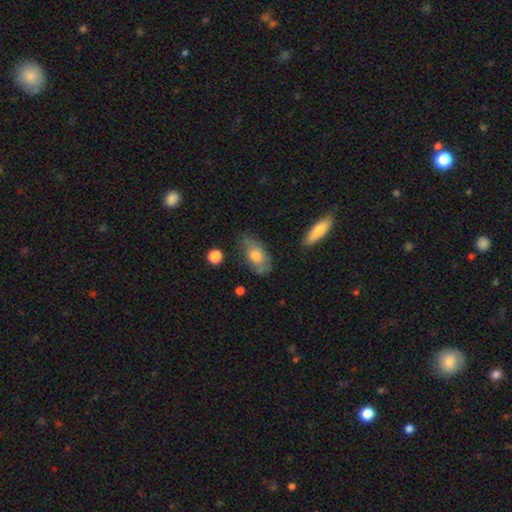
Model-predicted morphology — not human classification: The model was most divided on "merging": none: 53%, minor disturbance: 32%, major disturbance: 12%, merger: 3%. More confident: how rounded — in between (88%); smooth or featured — smooth (66%).